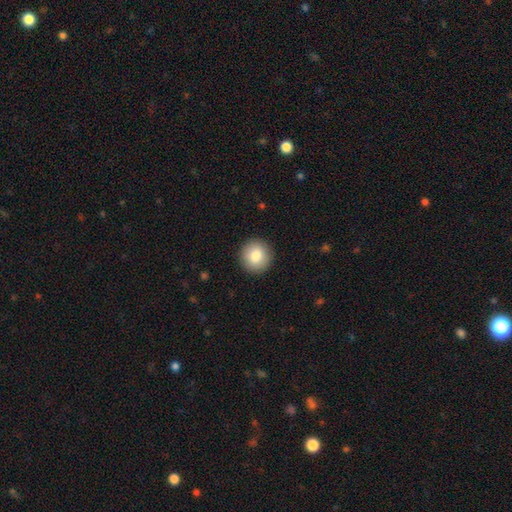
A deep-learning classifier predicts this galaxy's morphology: Overall: smooth (84%). How rounded: round (93%). Merging: none (92%).